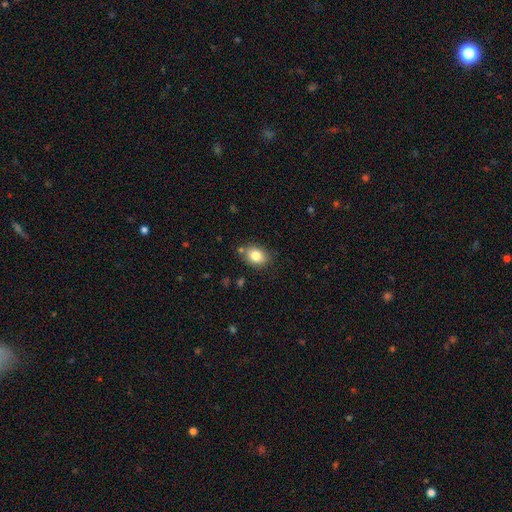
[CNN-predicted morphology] This appears to be a smooth galaxy with no disk features (82%) that is in between round and cigar-shaped (60%). Merging: none (79%).